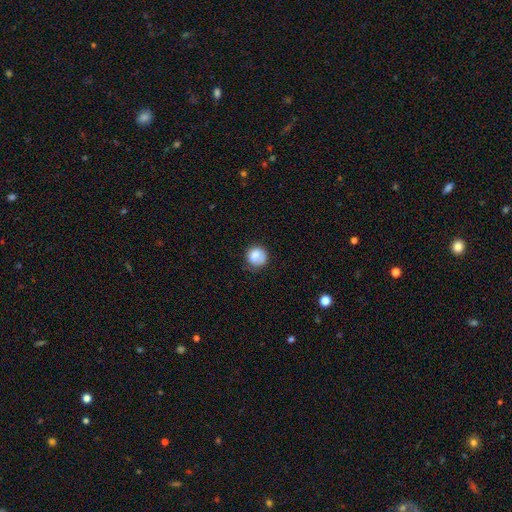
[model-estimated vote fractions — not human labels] The model was most divided on "merging": none: 62%, minor disturbance: 23%, major disturbance: 12%, merger: 4%. More confident: how rounded — round (84%); smooth or featured — smooth (74%).